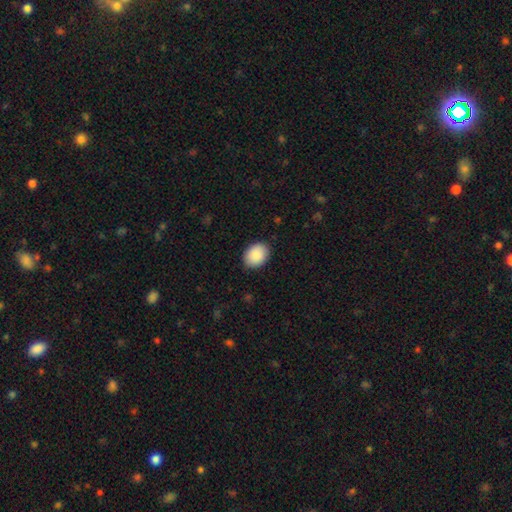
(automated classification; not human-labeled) Smooth or featured: smooth — 90% (star or artifact — 7%)
How rounded: in between — 73% (round — 26%)
Merging: none — 88% (minor disturbance — 9%)